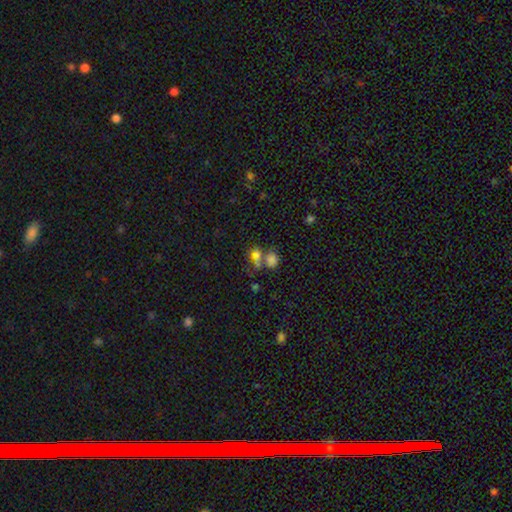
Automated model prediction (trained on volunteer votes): Smooth or featured? smooth (67%)
How rounded? in between (53%)
Merging? merger (44%)